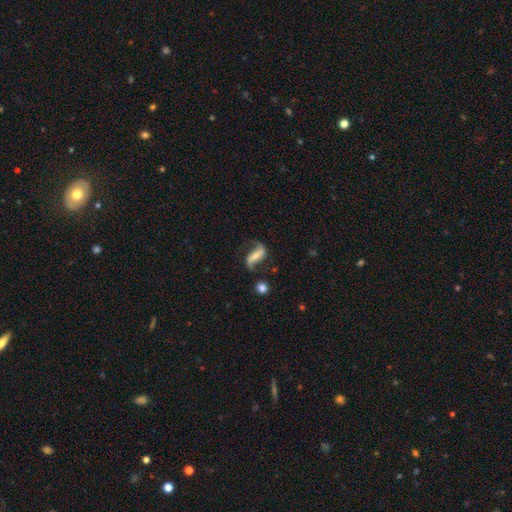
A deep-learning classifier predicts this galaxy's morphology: Smooth or featured?
  - featured or disk: 79% *
  - smooth: 14%
  - star or artifact: 7%
Edge-on disk?
  - no: 94% *
  - yes: 6%
Bar?
  - strong: 52% *
  - weak: 27%
  - no: 22%
Spiral arms?
  - yes: 93% *
  - no: 7%
Spiral winding?
  - loose: 73% *
  - medium: 20%
  - tight: 6%
Spiral arm count?
  - 2: 90% *
  - 1: 5%
  - can't tell: 3%
  - 3: 1%
  - 4: 1%
  - more than 4: 1%
Bulge size?
  - small: 51% *
  - moderate: 31%
  - none: 12%
  - large: 5%
  - dominant: 2%
Merging?
  - none: 63% *
  - minor disturbance: 18%
  - major disturbance: 14%
  - merger: 5%